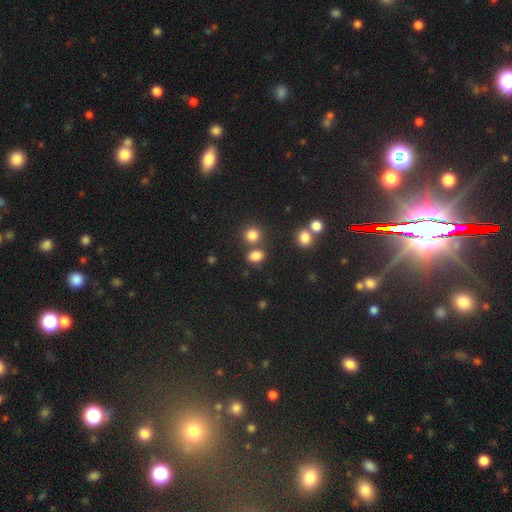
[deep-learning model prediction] smooth-or-featured: smooth: 81% | star or artifact: 14% | featured or disk: 5%
  how-rounded: in between: 58% | round: 41% | cigar-shaped: 1%
  merging: none: 65% | merger: 20% | minor disturbance: 11% | major disturbance: 4%